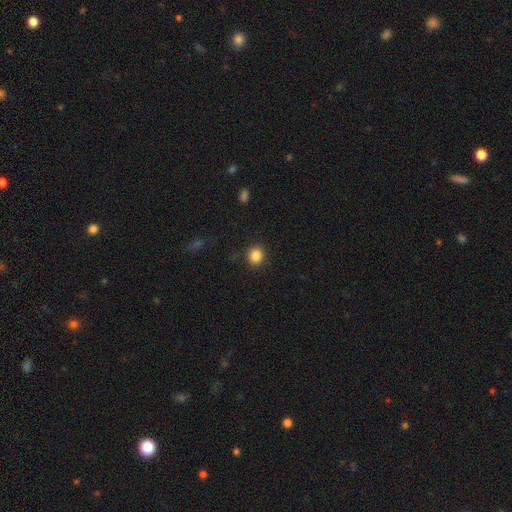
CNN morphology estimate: Smooth or featured? Predicted: smooth (p=0.85). How rounded? Predicted: round (p=0.85). Merging? Predicted: none (p=0.90).